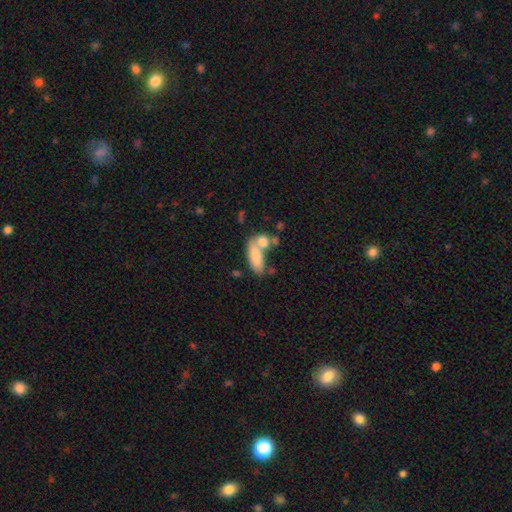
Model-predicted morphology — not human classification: This is likely a smooth galaxy (78%). How rounded: likely in between (77%). Merging: marginally merger (43%).